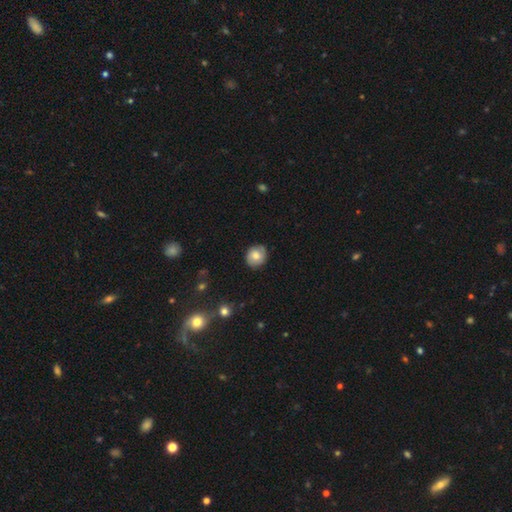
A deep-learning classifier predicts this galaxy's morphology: A smooth galaxy with no disk features (70%) that is round (79%).

Vote fractions:
- Smooth or featured? smooth: 70% / featured or disk: 22% / star or artifact: 8%
- How rounded? round: 79% / in between: 20% / cigar-shaped: 1%
- Merging? none: 84% / minor disturbance: 12% / major disturbance: 2% / merger: 1%